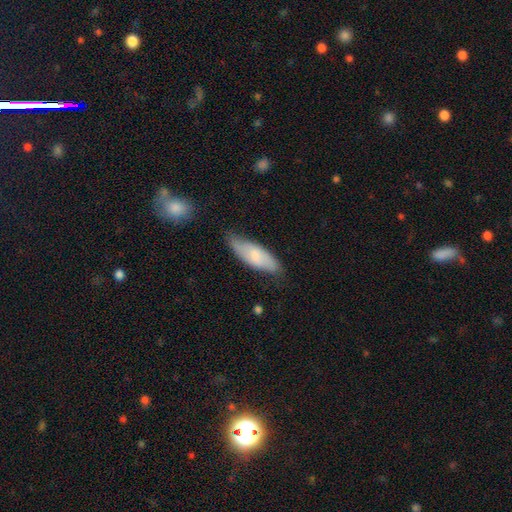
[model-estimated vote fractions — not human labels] A smooth galaxy with no disk features (67%) that is in between round and cigar-shaped (66%). Merging: none (66%).